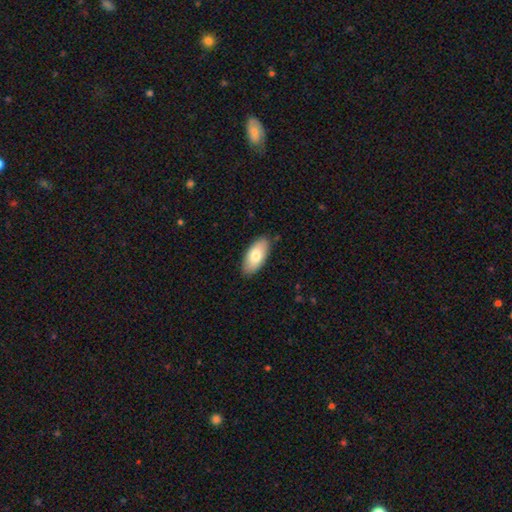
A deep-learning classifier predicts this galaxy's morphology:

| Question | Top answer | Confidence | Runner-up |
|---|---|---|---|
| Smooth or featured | smooth | 77% | featured or disk (17%) |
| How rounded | in between | 91% | cigar-shaped (6%) |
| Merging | none | 86% | minor disturbance (11%) |